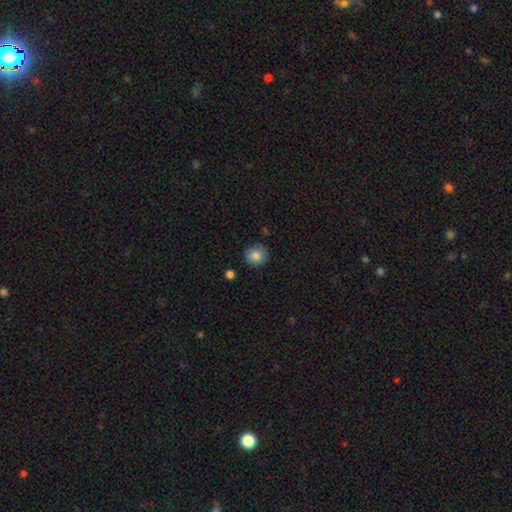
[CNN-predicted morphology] This appears to be a smooth galaxy with no disk features (85%) that is round (88%). Merging: none (86%).